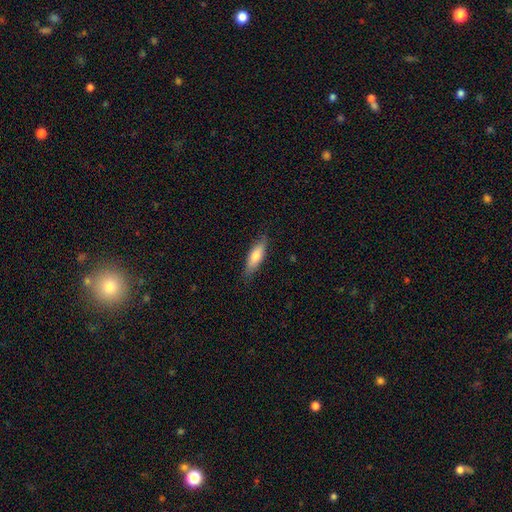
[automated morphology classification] smooth 74%, featured or disk 20%, star or artifact 6%. Down the decision tree: how rounded — in between (49%, tied with cigar-shaped); merging — none (82%).